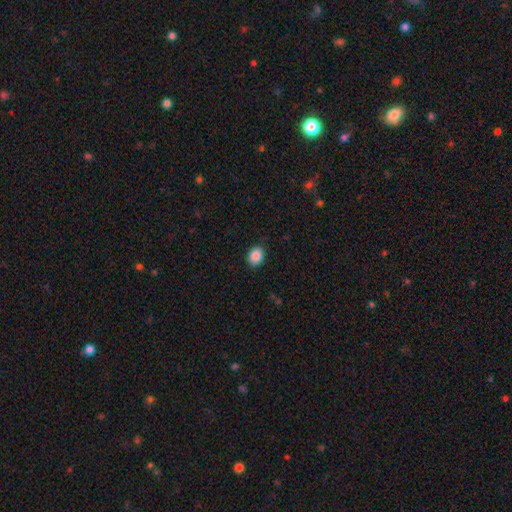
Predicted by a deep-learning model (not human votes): Morphology: type=smooth (88%); roundness=in between (54%); merging=none (88%).